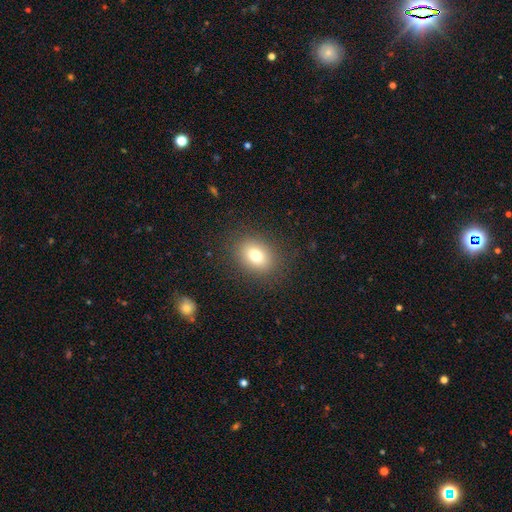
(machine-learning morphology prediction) smooth-or-featured: smooth: 78% | star or artifact: 11% | featured or disk: 11%
  how-rounded: in between: 65% | round: 34% | cigar-shaped: 1%
  merging: none: 86% | minor disturbance: 9% | major disturbance: 4% | merger: 1%